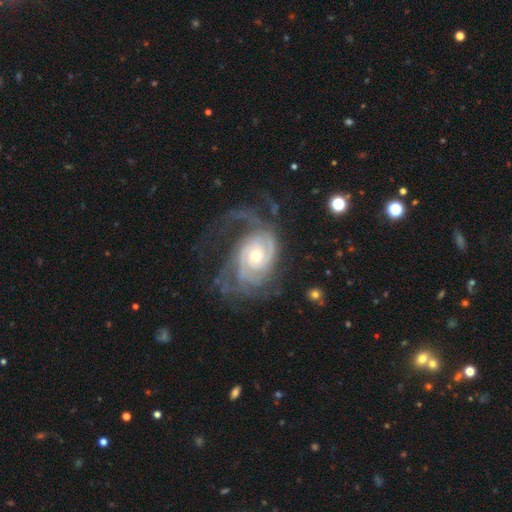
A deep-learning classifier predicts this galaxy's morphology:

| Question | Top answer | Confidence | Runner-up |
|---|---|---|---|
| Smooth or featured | featured or disk | 90% | smooth (5%) |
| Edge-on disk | no | 97% | yes (3%) |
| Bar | no | 71% | weak (23%) |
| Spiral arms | yes | 97% | no (3%) |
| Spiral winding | tight | 60% | medium (30%) |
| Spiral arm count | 2 | 34% | can't tell (23%) |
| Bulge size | moderate | 54% | small (41%) |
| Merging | none | 48% | major disturbance (31%) |